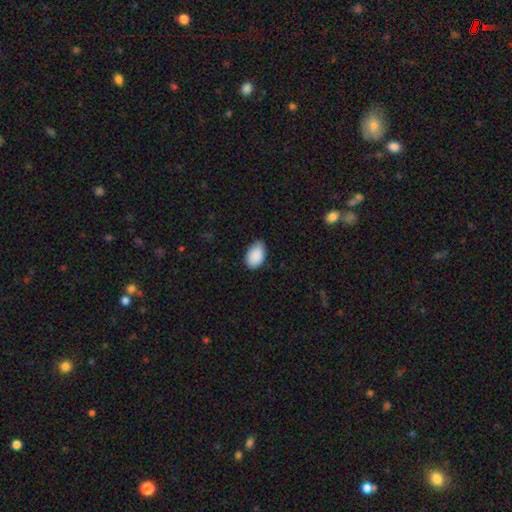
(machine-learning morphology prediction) Smooth or featured?
  - smooth: 90% *
  - star or artifact: 6%
  - featured or disk: 4%
How rounded?
  - in between: 90% *
  - round: 9%
  - cigar-shaped: 1%
Merging?
  - none: 70% *
  - minor disturbance: 26%
  - major disturbance: 3%
  - merger: 1%